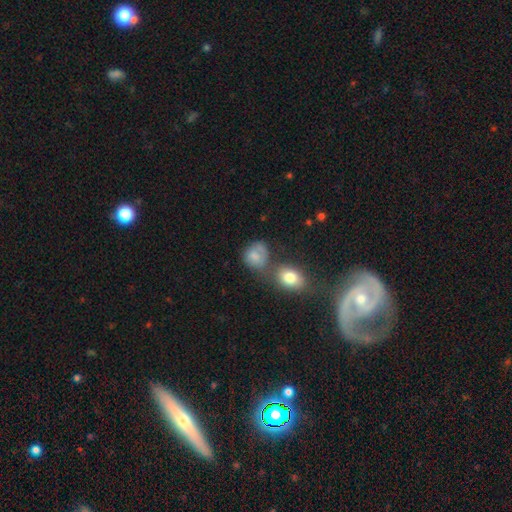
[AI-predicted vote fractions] This appears to be a smooth galaxy with no disk features (75%) that is round (56%). Merging: none (37%).